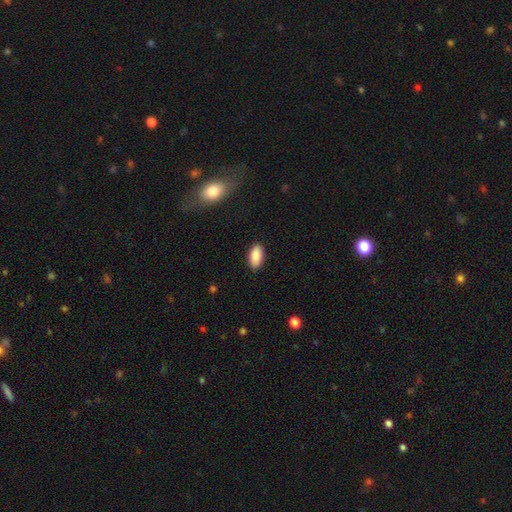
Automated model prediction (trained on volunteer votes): This appears to be a smooth galaxy with no disk features (88%) that is in between round and cigar-shaped (93%). Merging: none (88%).